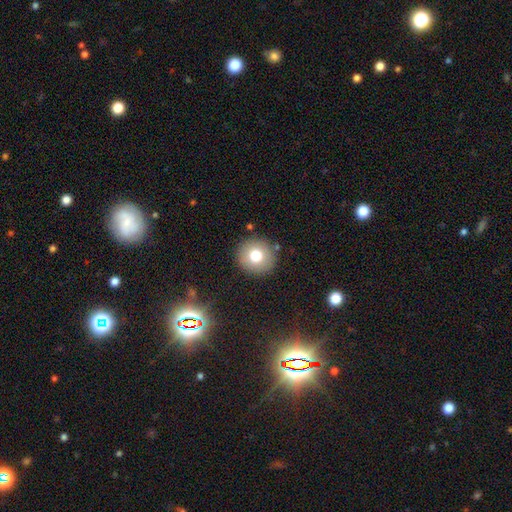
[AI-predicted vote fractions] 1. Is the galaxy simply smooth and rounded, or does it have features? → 74% smooth, 15% featured or disk, 12% star or artifact.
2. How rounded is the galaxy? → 92% round, 7% in between, 1% cigar-shaped.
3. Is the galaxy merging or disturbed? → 88% none, 7% minor disturbance, 3% major disturbance, 2% merger.